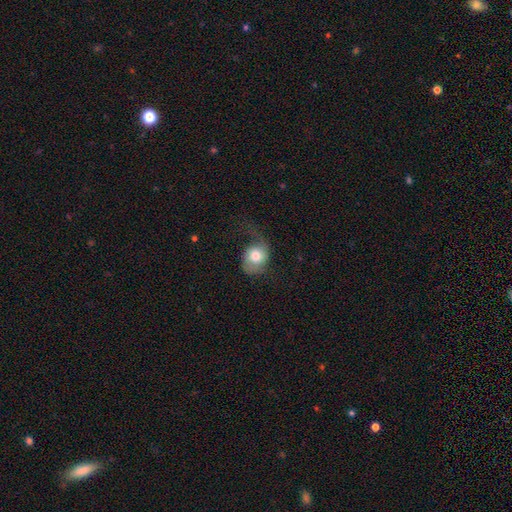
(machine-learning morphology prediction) This appears to be a smooth galaxy with no disk features (64%) that is round (55%). Merging: major disturbance (39%).